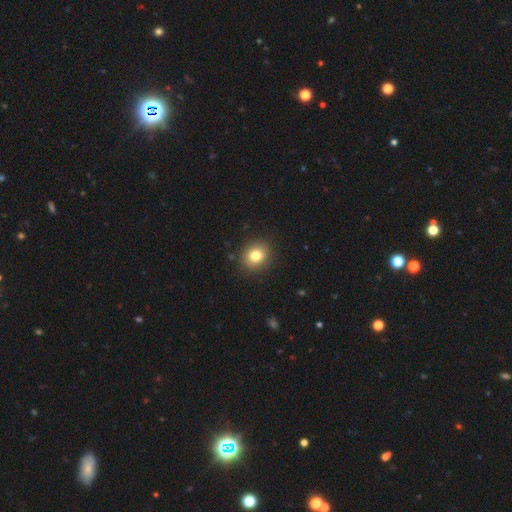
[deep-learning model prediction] smooth_or_featured: smooth (p=0.81) [alt: star or artifact p=0.11]
how_rounded: round (p=0.71) [alt: in between p=0.28]
merging: none (p=0.89) [alt: minor disturbance p=0.07]